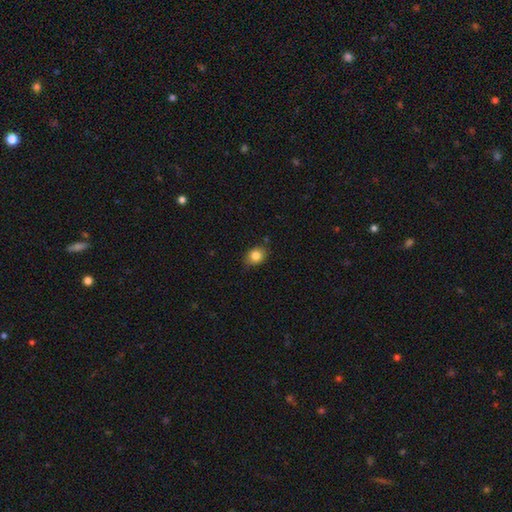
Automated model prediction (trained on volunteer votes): This appears to be a smooth galaxy with no disk features (83%) that is in between round and cigar-shaped (53%). Merging: none (80%).